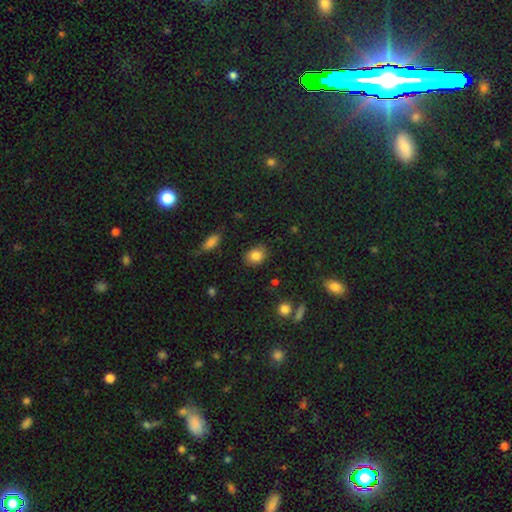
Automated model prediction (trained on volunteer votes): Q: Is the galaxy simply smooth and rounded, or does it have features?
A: smooth — 83%.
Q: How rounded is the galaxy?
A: in between — 64%.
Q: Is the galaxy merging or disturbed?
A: none — 81%.